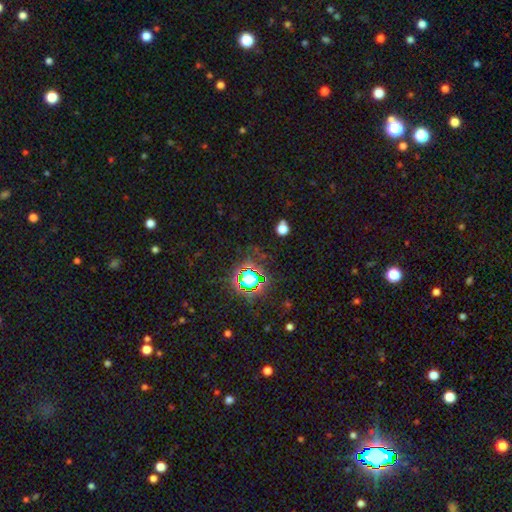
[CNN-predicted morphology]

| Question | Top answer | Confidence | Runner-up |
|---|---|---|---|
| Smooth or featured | star or artifact | 80% | smooth (13%) |